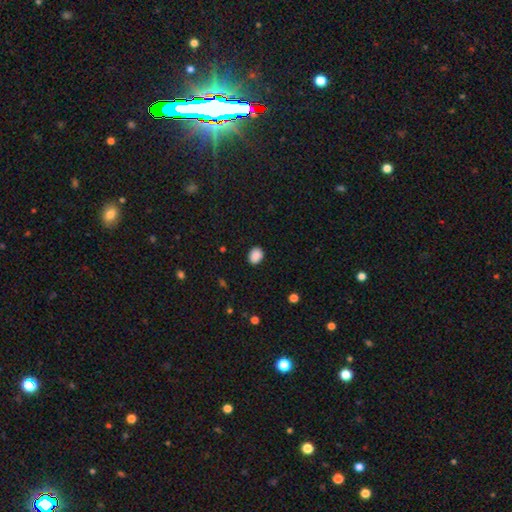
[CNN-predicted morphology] A smooth galaxy with no disk features (89%) that is in between round and cigar-shaped (63%).

Vote fractions:
- Smooth or featured? smooth: 89% / star or artifact: 9% / featured or disk: 3%
- How rounded? in between: 63% / round: 36% / cigar-shaped: 1%
- Merging? none: 88% / minor disturbance: 9% / major disturbance: 2% / merger: 1%